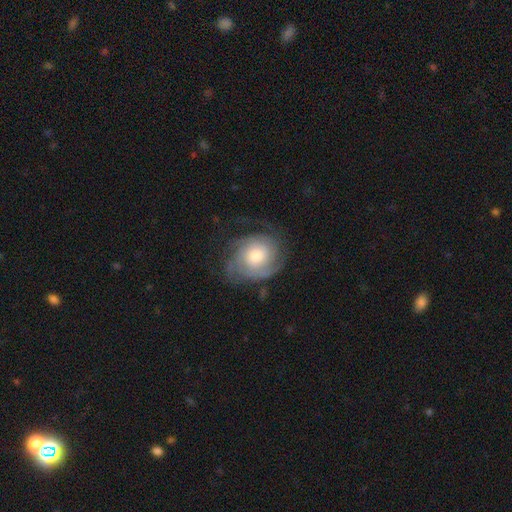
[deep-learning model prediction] This appears to be a featured or disk galaxy (78%) with no bar (78%), tight (64%) spiral arms (94%) and a moderate central bulge (61%). Merging: none (66%).